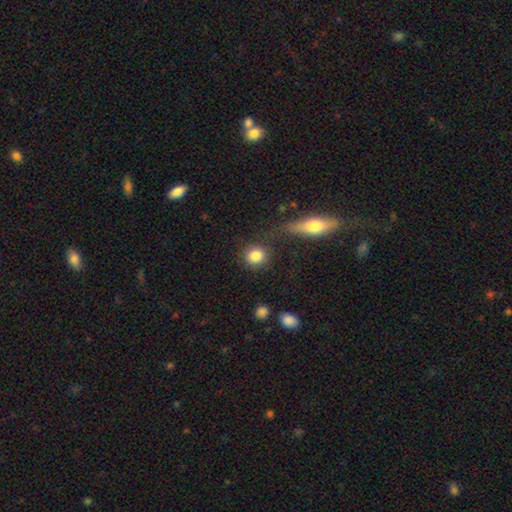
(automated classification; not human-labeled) smooth-or-featured: smooth: 85% | star or artifact: 8% | featured or disk: 6%
  how-rounded: round: 79% | in between: 19% | cigar-shaped: 2%
  merging: none: 78% | minor disturbance: 11% | merger: 6% | major disturbance: 5%